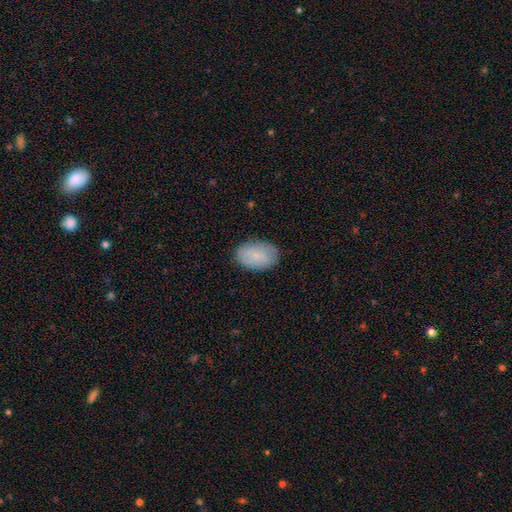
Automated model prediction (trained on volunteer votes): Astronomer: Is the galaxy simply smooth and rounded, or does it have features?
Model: smooth — 80%.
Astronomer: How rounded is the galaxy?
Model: in between — 89%.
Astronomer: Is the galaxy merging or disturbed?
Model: none — 84%.